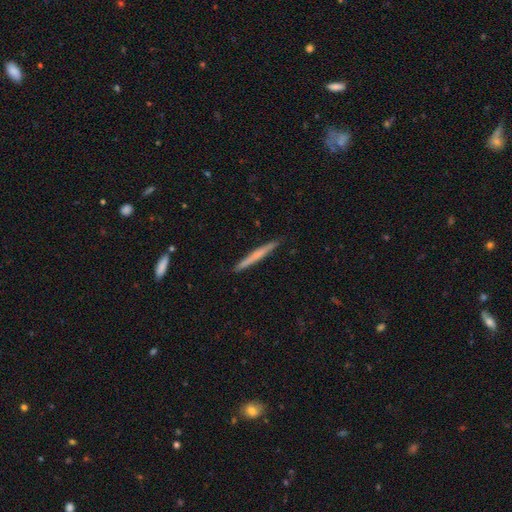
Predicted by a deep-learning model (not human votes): Smooth or featured?
  - smooth: 54% *
  - featured or disk: 40%
  - star or artifact: 6%
How rounded?
  - cigar-shaped: 97% *
  - in between: 2%
  - round: 1%
Merging?
  - none: 90% *
  - minor disturbance: 7%
  - major disturbance: 1%
  - merger: 1%